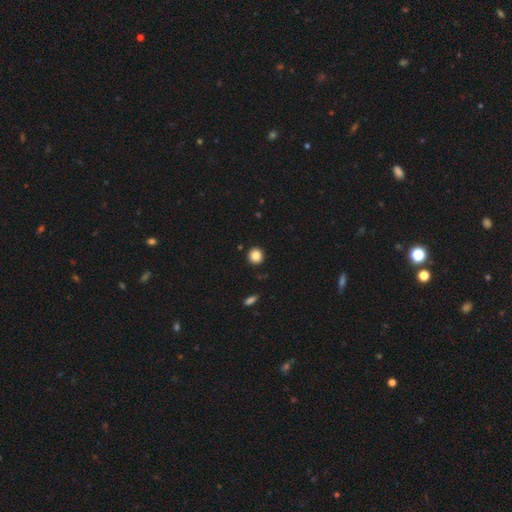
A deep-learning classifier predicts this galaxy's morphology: smooth 87%, star or artifact 10%, featured or disk 3%. Down the decision tree: how rounded — round (92%); merging — none (91%).